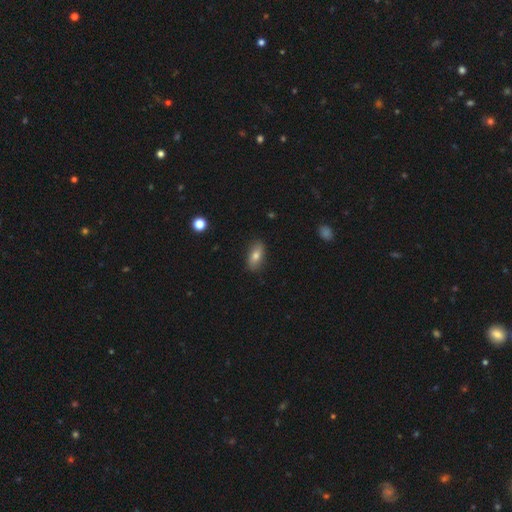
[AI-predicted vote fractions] This is likely a smooth galaxy (75%). How rounded: clearly in between (84%). Merging: clearly none (86%).